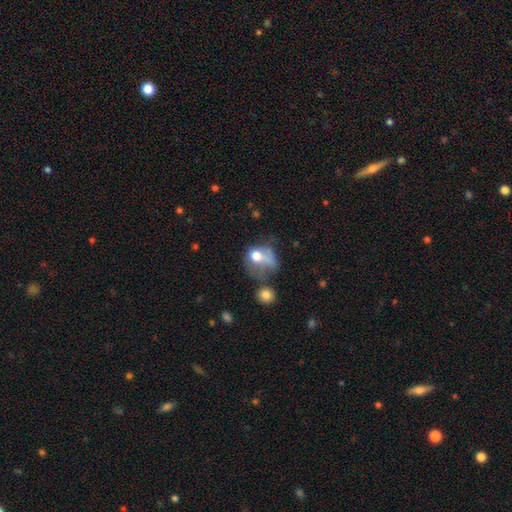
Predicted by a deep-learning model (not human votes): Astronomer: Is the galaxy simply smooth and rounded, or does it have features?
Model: smooth — 63%.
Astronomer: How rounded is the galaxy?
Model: round — 52% (runner-up: in between, 46%).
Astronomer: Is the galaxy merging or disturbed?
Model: major disturbance — 39% (runner-up: merger, 22%).